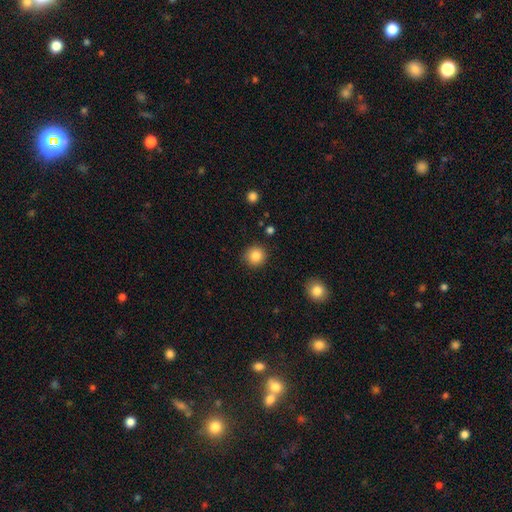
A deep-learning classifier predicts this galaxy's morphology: This appears to be a smooth galaxy with no disk features (86%) that is round (93%). Merging: none (89%).